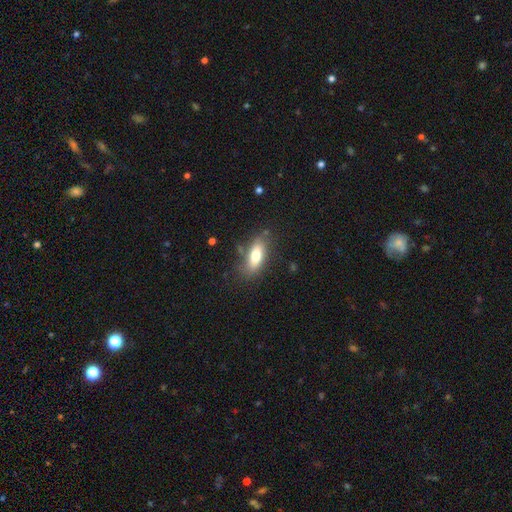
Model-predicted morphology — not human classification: Q: Smooth or featured?
A: smooth (71%); runner-up: featured or disk (22%)
Q: How rounded?
A: in between (79%); runner-up: cigar-shaped (18%)
Q: Merging?
A: none (72%); runner-up: minor disturbance (18%)